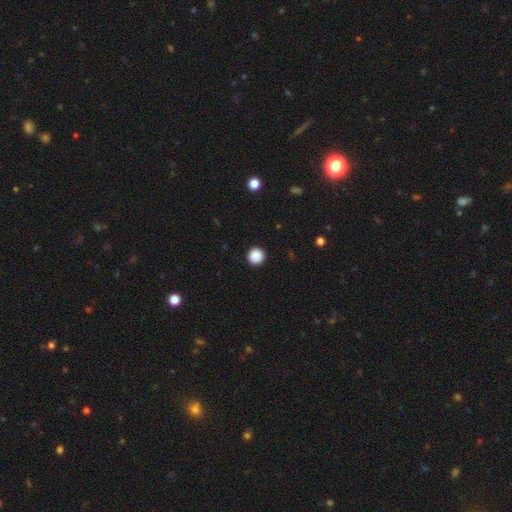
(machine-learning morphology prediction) Q: Smooth or featured?
A: smooth (88%); runner-up: star or artifact (9%)
Q: How rounded?
A: round (96%); runner-up: in between (3%)
Q: Merging?
A: none (93%); runner-up: minor disturbance (5%)